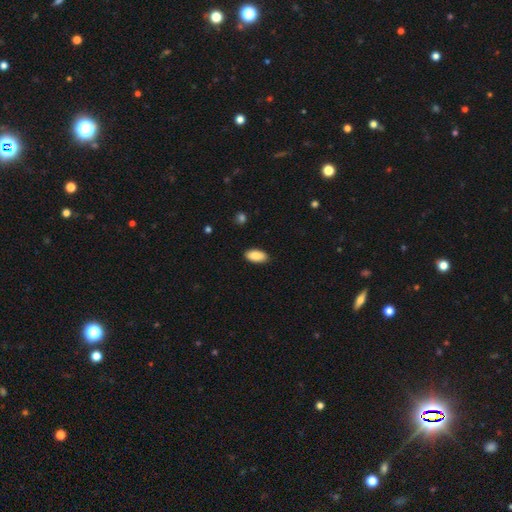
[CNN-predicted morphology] smooth-or-featured: smooth: 88% | star or artifact: 6% | featured or disk: 5%
  how-rounded: in between: 93% | cigar-shaped: 5% | round: 2%
  merging: none: 88% | minor disturbance: 9% | major disturbance: 2% | merger: 1%